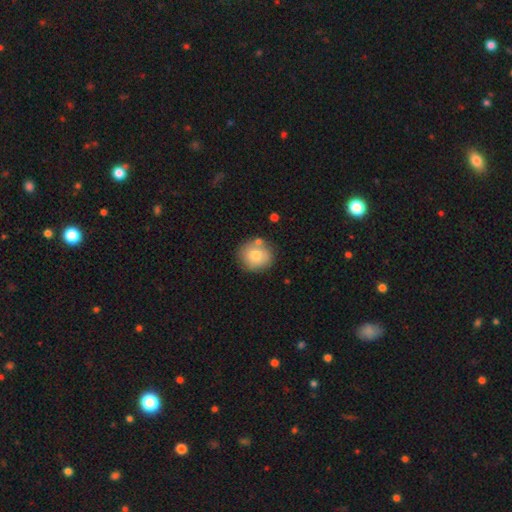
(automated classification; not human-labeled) smooth 79%, featured or disk 13%, star or artifact 8%. Down the decision tree: how rounded — round (85%); merging — none (73%).